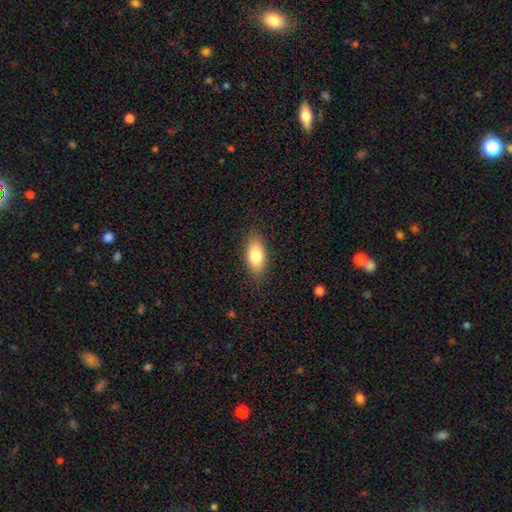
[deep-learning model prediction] Morphology: type=smooth (81%); roundness=in between (85%); merging=none (86%).